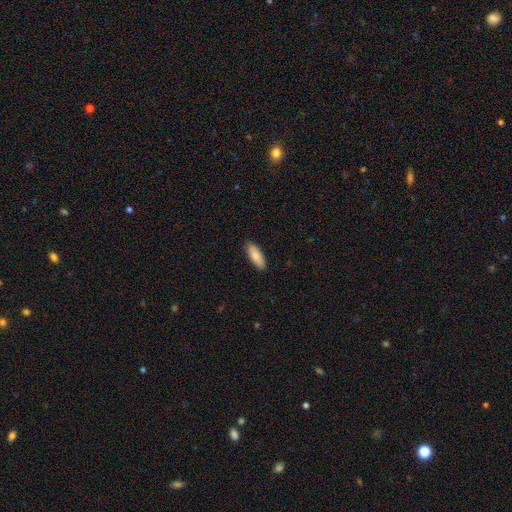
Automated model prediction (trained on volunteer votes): Overall: smooth (84%). How rounded: in between (67%; cigar-shaped 31%). Merging: none (88%).